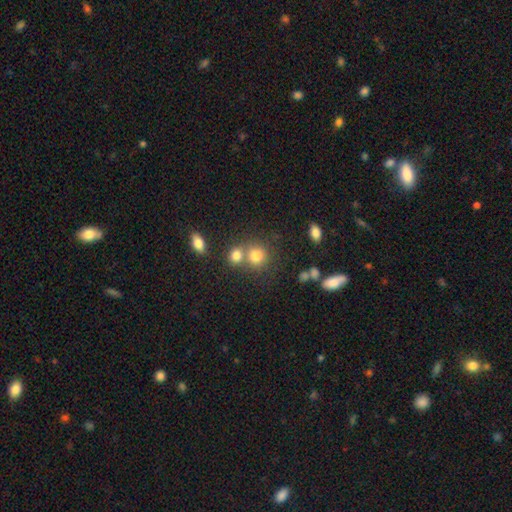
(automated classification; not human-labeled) The model was most divided on "merging": none: 50%, merger: 38%, minor disturbance: 8%, major disturbance: 4%. More confident: how rounded — round (83%); smooth or featured — smooth (78%).